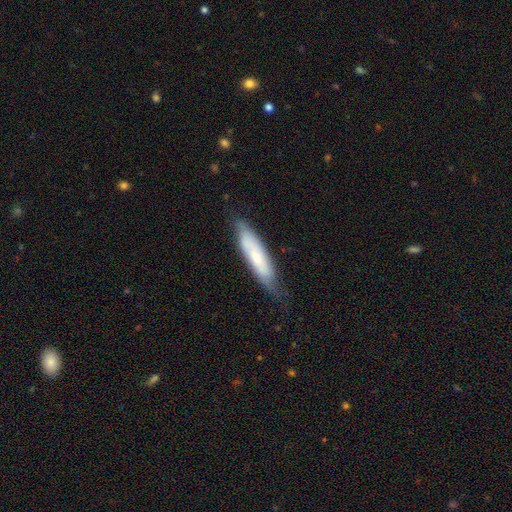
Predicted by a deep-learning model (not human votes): Smooth or featured: smooth — 54% (featured or disk — 40%)
How rounded: cigar-shaped — 74% (in between — 25%)
Merging: none — 68% (minor disturbance — 24%)